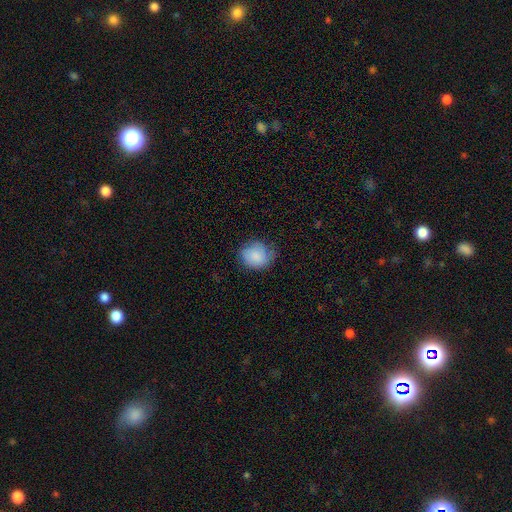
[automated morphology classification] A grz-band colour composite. It shows a smooth galaxy with no disk features (84%) that is round (74%). Merging: none (63%).